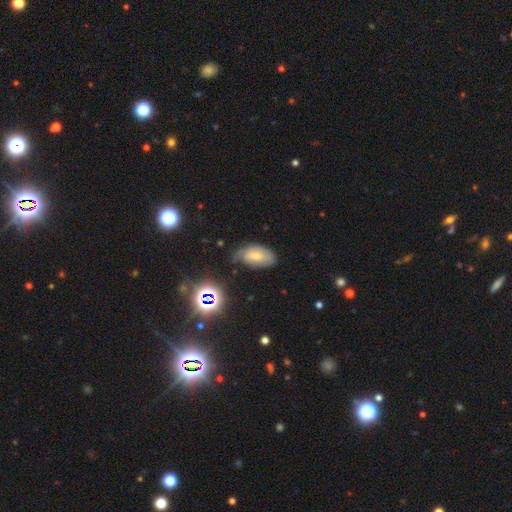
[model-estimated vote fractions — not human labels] Morphology: type=smooth (52%); roundness=in between (92%); merging=none (45%).